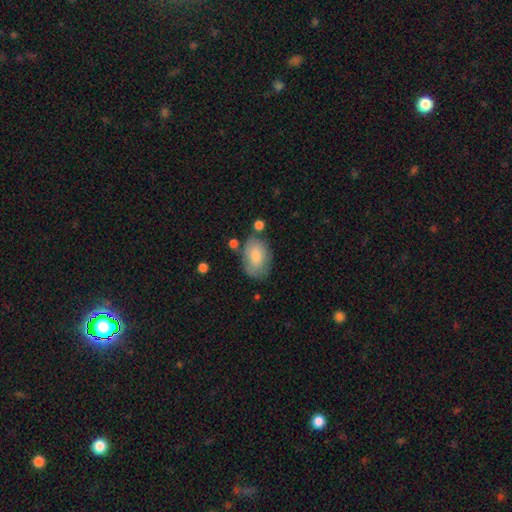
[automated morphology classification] This appears to be a smooth galaxy with no disk features (78%) that is in between round and cigar-shaped (86%). Merging: none (64%).